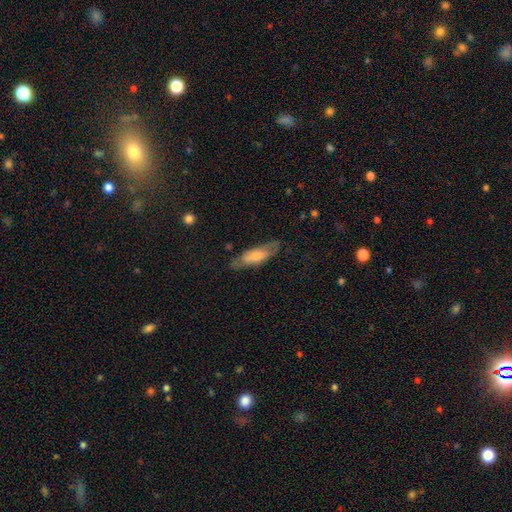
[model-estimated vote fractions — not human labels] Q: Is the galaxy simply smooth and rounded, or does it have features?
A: smooth — 56%.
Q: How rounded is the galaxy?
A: in between — 49%, tied with cigar-shaped.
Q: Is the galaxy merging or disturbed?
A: none — 74%.